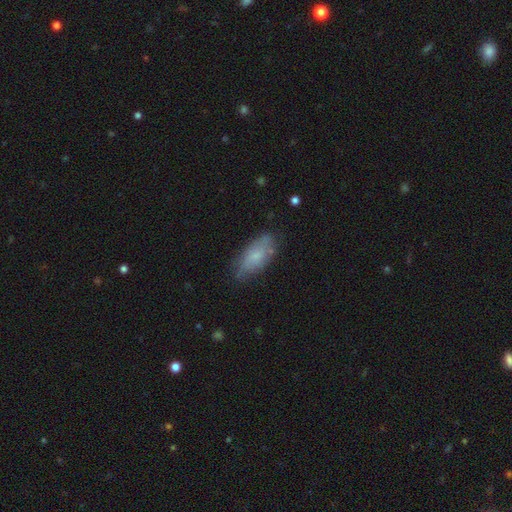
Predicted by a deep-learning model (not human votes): Q: Smooth or featured?
A: smooth (66%); runner-up: featured or disk (27%)
Q: How rounded?
A: in between (84%); runner-up: cigar-shaped (14%)
Q: Merging?
A: none (67%); runner-up: minor disturbance (25%)